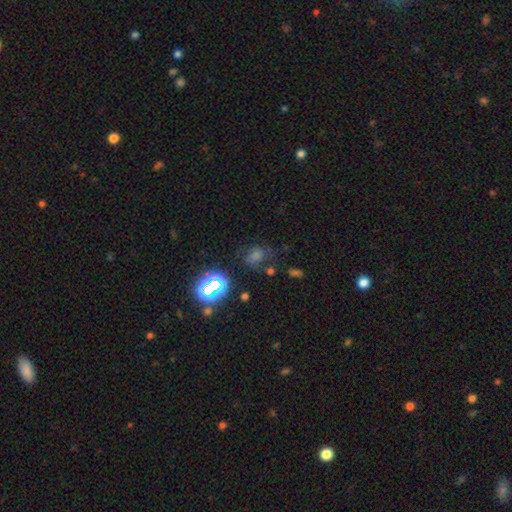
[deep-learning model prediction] A smooth galaxy with no disk features (44%).

Vote fractions:
- Smooth or featured? smooth: 44% / star or artifact: 43% / featured or disk: 14%
- Merging? none: 58% / minor disturbance: 21% / major disturbance: 14% / merger: 7%